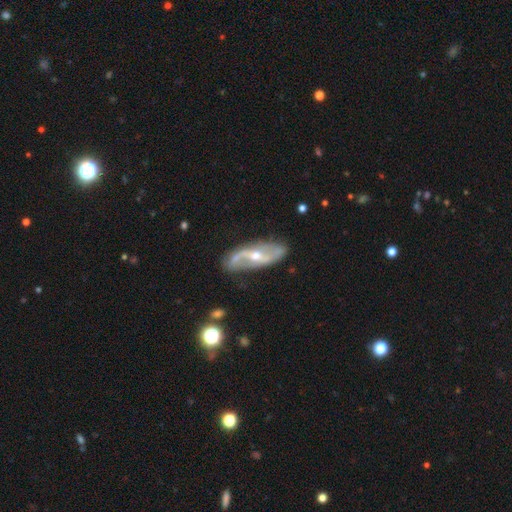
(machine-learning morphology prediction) A featured or disk galaxy (86%) with a weak bar (38%), 2 (89%) loose (59%) spiral arms (92%) and a moderate central bulge (55%).

Vote fractions:
- Smooth or featured? featured or disk: 86% / smooth: 9% / star or artifact: 5%
- Edge-on disk? no: 89% / yes: 11%
- Bar? weak: 38% / no: 34% / strong: 28%
- Spiral arms? yes: 92% / no: 8%
- Spiral winding? loose: 59% / medium: 29% / tight: 12%
- Spiral arm count? 2: 89% / can't tell: 5% / 1: 2% / 3: 1% / 4: 1% / more than 4: 1%
- Bulge size? moderate: 55% / small: 41% / large: 2% / none: 1% / dominant: 1%
- Merging? none: 75% / minor disturbance: 17% / major disturbance: 5% / merger: 2%